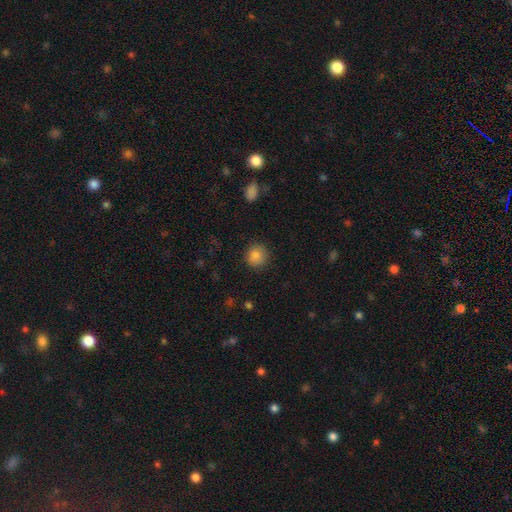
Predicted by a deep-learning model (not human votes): Overall: smooth (86%). How rounded: round (89%). Merging: none (88%).